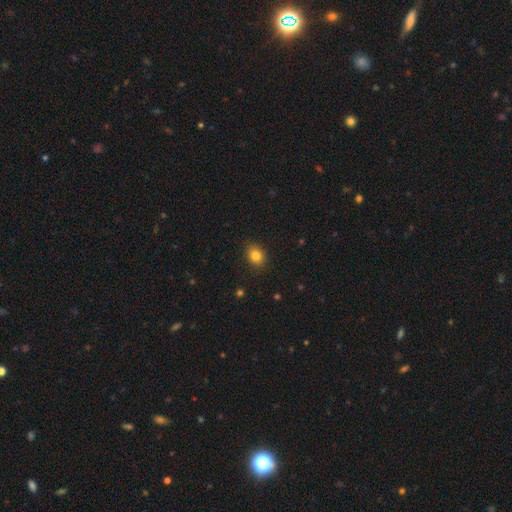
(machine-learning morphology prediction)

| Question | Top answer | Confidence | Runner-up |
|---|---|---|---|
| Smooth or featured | smooth | 83% | star or artifact (11%) |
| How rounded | in between | 53% | round (46%) |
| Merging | none | 88% | minor disturbance (9%) |